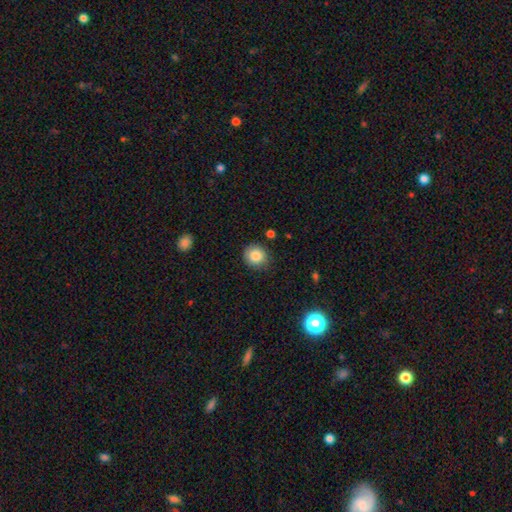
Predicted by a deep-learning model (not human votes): A smooth galaxy with no disk features (84%) that is round (87%). Merging: none (86%).